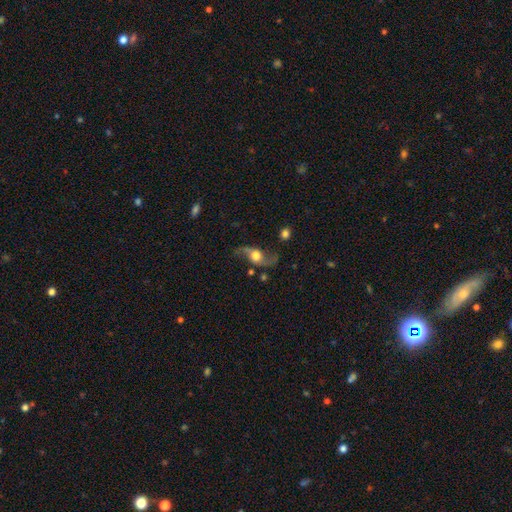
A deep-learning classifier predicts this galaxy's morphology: A featured or disk galaxy (81%) with no bar (71%), 2 (94%) loose (88%) spiral arms (94%) and a moderate central bulge (45%).

Vote fractions:
- Smooth or featured? featured or disk: 81% / smooth: 12% / star or artifact: 7%
- Edge-on disk? no: 89% / yes: 11%
- Bar? no: 71% / weak: 22% / strong: 7%
- Spiral arms? yes: 94% / no: 6%
- Spiral winding? loose: 88% / medium: 10% / tight: 3%
- Spiral arm count? 2: 94% / 1: 2% / can't tell: 1% / 3: 1% / 4: 1% / more than 4: 1%
- Bulge size? moderate: 45% / large: 42% / dominant: 6% / small: 6% / none: 2%
- Merging? none: 71% / minor disturbance: 15% / major disturbance: 10% / merger: 3%